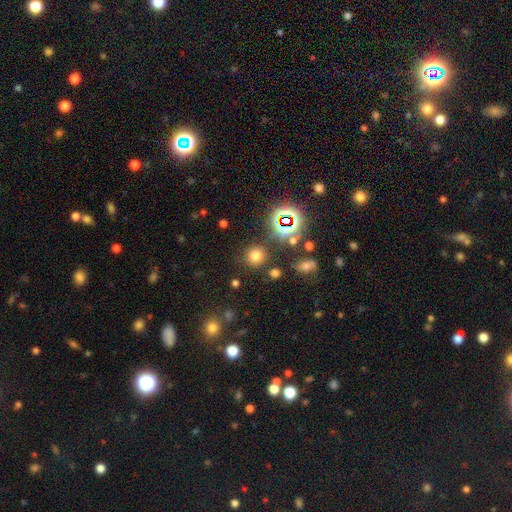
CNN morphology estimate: smooth-or-featured: smooth: 67% | star or artifact: 26% | featured or disk: 7%
  how-rounded: round: 91% | in between: 8% | cigar-shaped: 1%
  merging: none: 84% | minor disturbance: 8% | merger: 4% | major disturbance: 4%